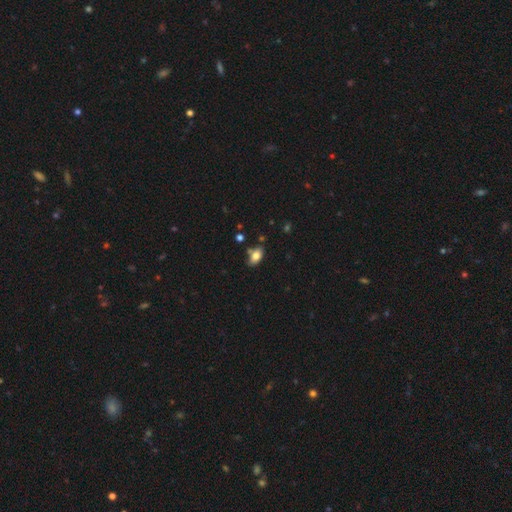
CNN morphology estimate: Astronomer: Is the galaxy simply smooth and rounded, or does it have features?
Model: smooth — 80%.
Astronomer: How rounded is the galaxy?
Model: in between — 90%.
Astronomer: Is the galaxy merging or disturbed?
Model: none — 71%.